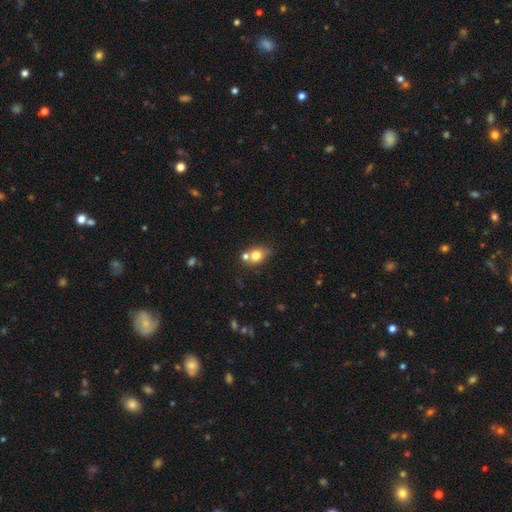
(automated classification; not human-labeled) Q: Smooth or featured?
A: smooth (75%); runner-up: featured or disk (14%)
Q: How rounded?
A: round (55%); runner-up: in between (43%)
Q: Merging?
A: none (49%); runner-up: merger (33%)